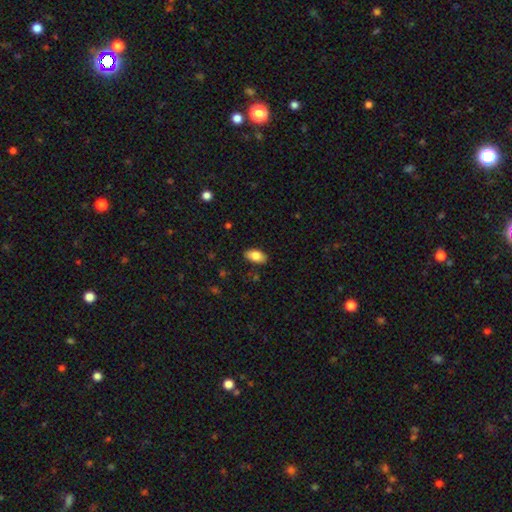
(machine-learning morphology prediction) A smooth galaxy with no disk features (81%) that is in between round and cigar-shaped (93%).

Vote fractions:
- Smooth or featured? smooth: 81% / featured or disk: 12% / star or artifact: 7%
- How rounded? in between: 93% / round: 4% / cigar-shaped: 3%
- Merging? none: 87% / minor disturbance: 10% / major disturbance: 2% / merger: 1%